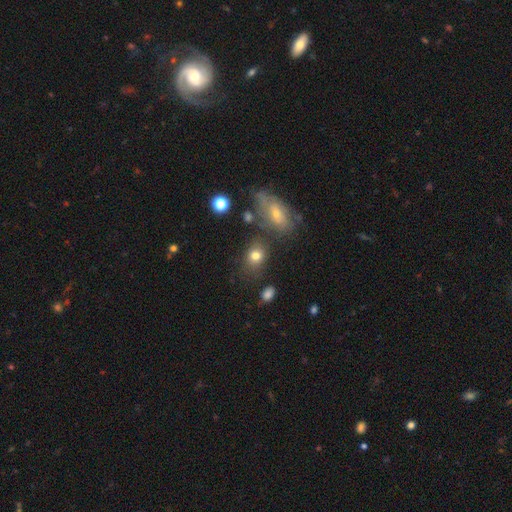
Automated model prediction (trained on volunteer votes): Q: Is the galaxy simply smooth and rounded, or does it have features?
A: smooth — 75%.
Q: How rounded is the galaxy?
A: in between — 58%.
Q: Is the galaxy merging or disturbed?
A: none — 66%.